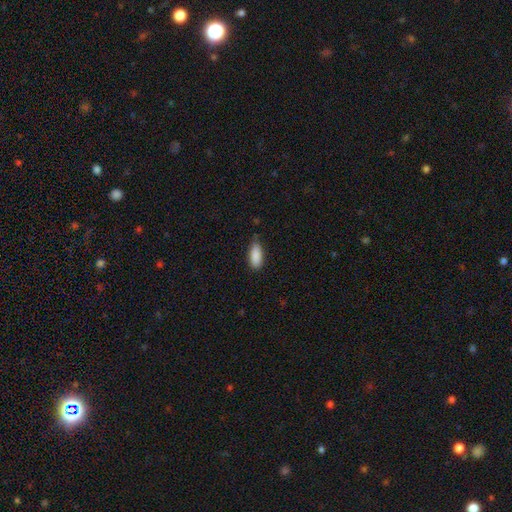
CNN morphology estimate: Smooth or featured?
  - smooth: 89% *
  - star or artifact: 6%
  - featured or disk: 5%
How rounded?
  - in between: 80% *
  - cigar-shaped: 18%
  - round: 2%
Merging?
  - none: 75% *
  - minor disturbance: 21%
  - major disturbance: 3%
  - merger: 1%